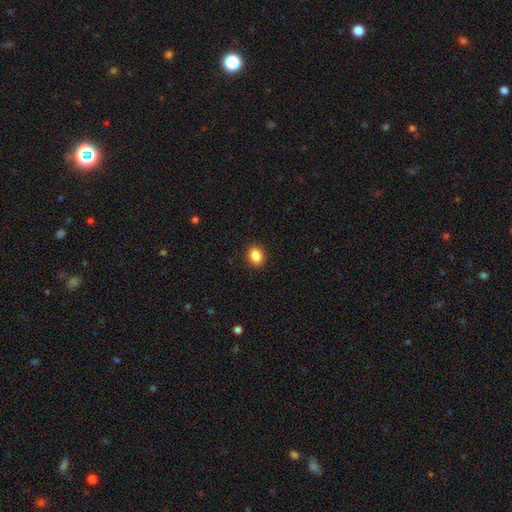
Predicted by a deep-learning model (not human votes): Smooth or featured?
  - smooth: 88% *
  - star or artifact: 9%
  - featured or disk: 3%
How rounded?
  - in between: 56% *
  - round: 43%
  - cigar-shaped: 1%
Merging?
  - none: 90% *
  - minor disturbance: 7%
  - major disturbance: 2%
  - merger: 1%